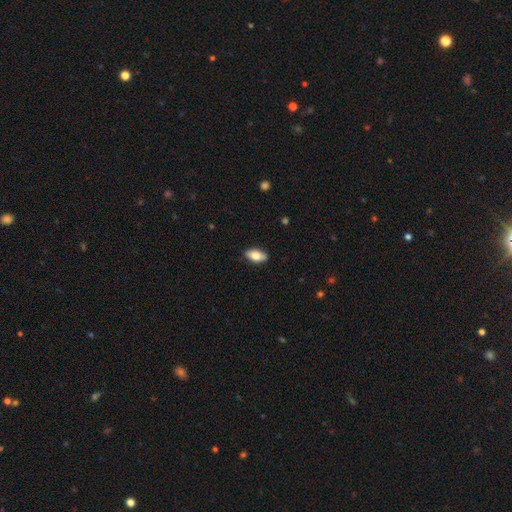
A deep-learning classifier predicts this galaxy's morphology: Overall: smooth (77%). How rounded: in between (89%). Merging: none (86%).